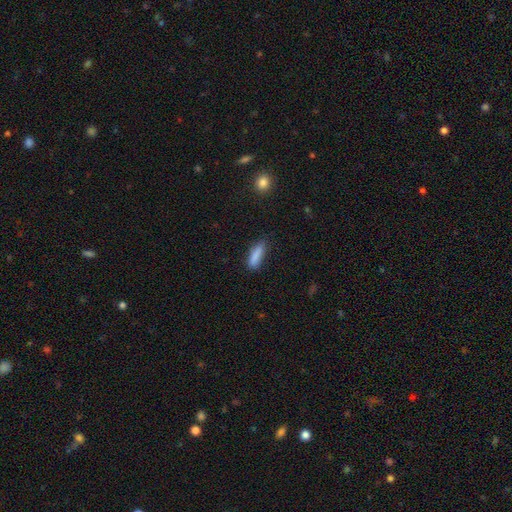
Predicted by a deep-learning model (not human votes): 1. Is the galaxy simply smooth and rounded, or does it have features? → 86% smooth, 8% star or artifact, 6% featured or disk.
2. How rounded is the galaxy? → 54% cigar-shaped, 44% in between, 2% round.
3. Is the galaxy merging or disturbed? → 72% none, 22% minor disturbance, 5% major disturbance, 2% merger.